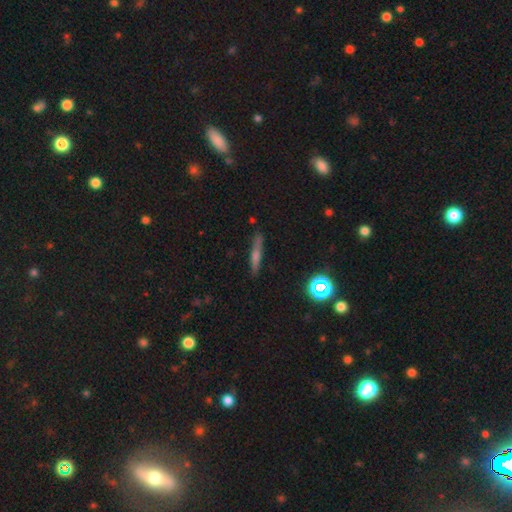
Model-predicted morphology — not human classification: A smooth galaxy with no disk features (45%).

Vote fractions:
- Smooth or featured? smooth: 45% / featured or disk: 42% / star or artifact: 13%
- Merging? none: 86% / minor disturbance: 10% / major disturbance: 2% / merger: 2%